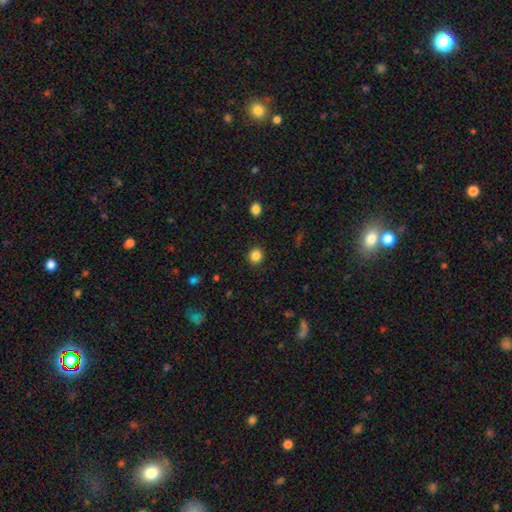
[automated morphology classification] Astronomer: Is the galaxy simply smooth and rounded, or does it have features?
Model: smooth — 85%.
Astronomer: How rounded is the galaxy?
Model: round — 88%.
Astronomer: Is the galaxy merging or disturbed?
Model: none — 92%.